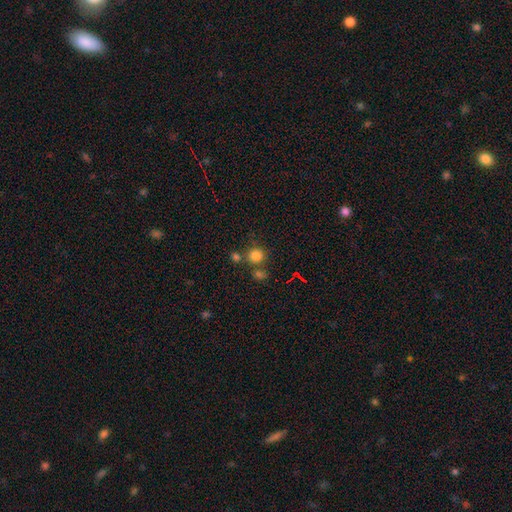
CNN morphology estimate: Smooth or featured? Predicted: smooth (p=0.80). How rounded? Predicted: round (p=0.87). Merging? Predicted: none (p=0.69).